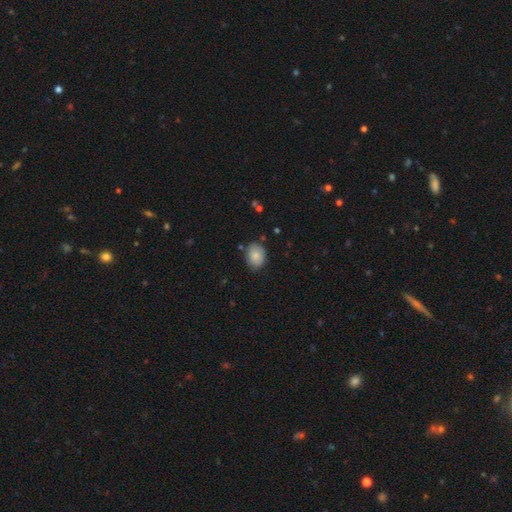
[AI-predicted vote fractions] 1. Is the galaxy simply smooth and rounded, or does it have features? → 81% smooth, 12% featured or disk, 7% star or artifact.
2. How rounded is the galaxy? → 63% in between, 36% round, 1% cigar-shaped.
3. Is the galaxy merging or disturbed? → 77% none, 18% minor disturbance, 3% major disturbance, 2% merger.